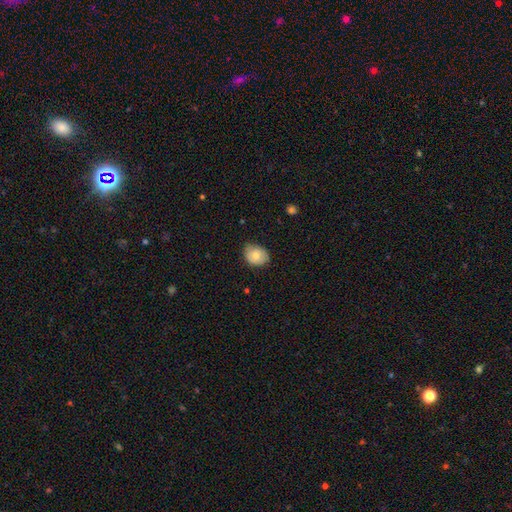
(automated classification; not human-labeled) Smooth or featured? smooth (74%)
How rounded? in between (54%)
Merging? none (70%)